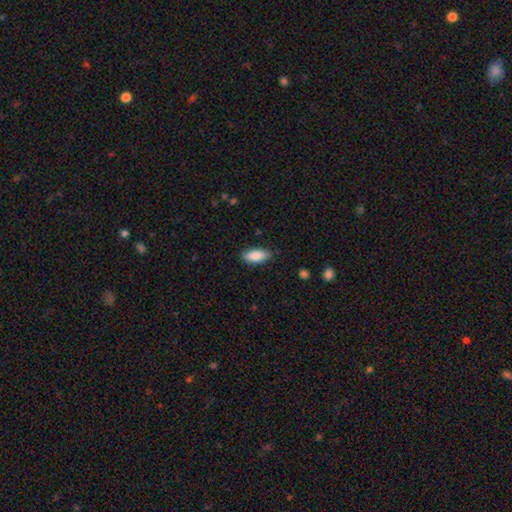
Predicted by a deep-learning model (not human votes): Smooth or featured? smooth (86%)
How rounded? in between (85%)
Merging? none (84%)